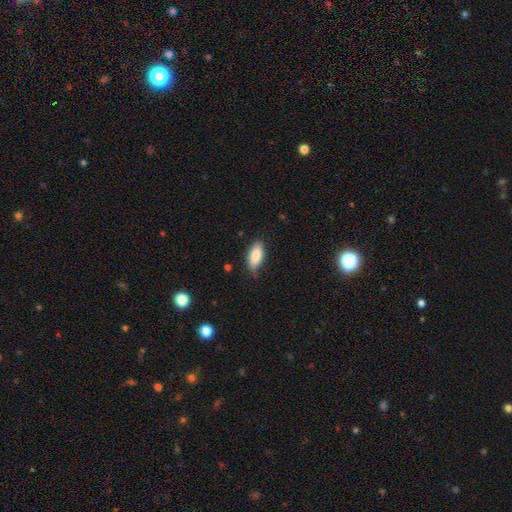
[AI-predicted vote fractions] smooth-or-featured: smooth: 85% | featured or disk: 8% | star or artifact: 7%
  how-rounded: in between: 86% | cigar-shaped: 11% | round: 2%
  merging: none: 75% | minor disturbance: 20% | major disturbance: 3% | merger: 1%